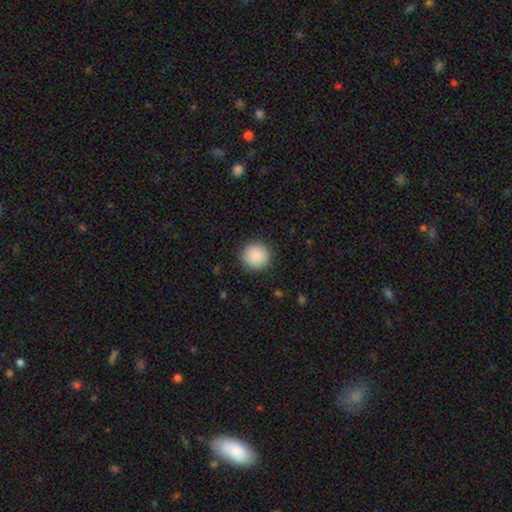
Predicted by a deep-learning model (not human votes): Morphology: type=smooth (90%); roundness=round (94%); merging=none (91%).